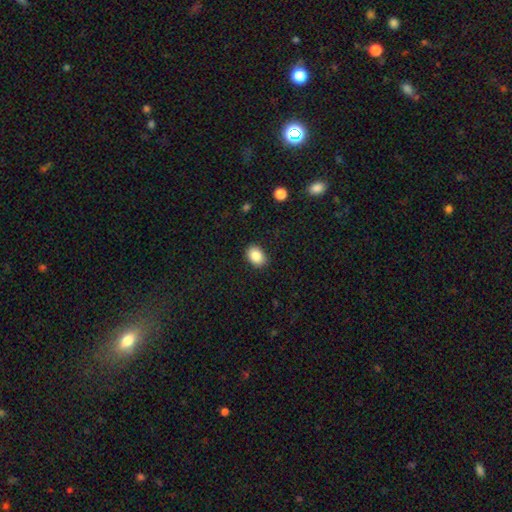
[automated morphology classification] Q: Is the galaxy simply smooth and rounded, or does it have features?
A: smooth — 87%.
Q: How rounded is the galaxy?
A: in between — 77%.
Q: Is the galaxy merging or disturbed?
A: none — 86%.